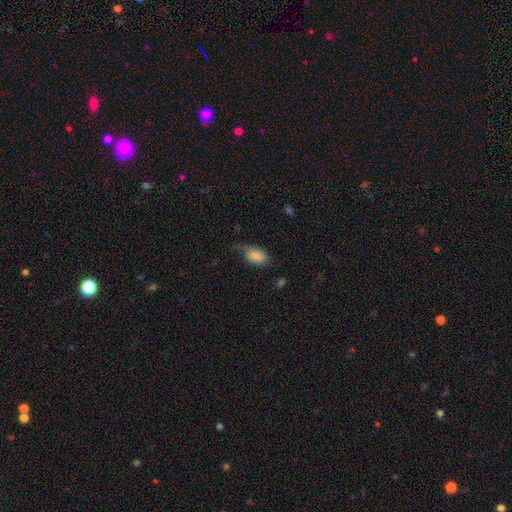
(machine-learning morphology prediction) type=smooth (79%); roundness=in between (92%); merging=none (42%).